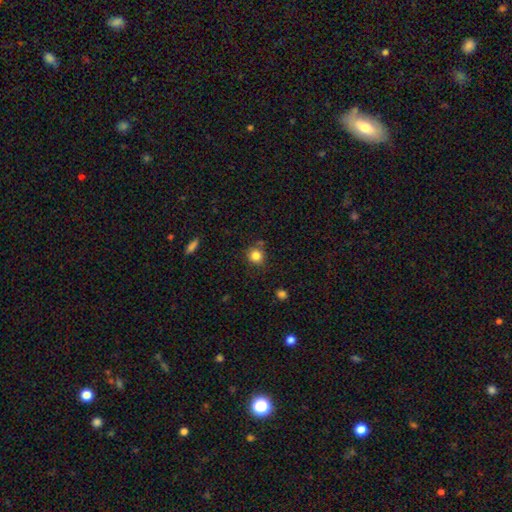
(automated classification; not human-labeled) Smooth or featured?
  - smooth: 83% *
  - star or artifact: 12%
  - featured or disk: 6%
How rounded?
  - round: 88% *
  - in between: 11%
  - cigar-shaped: 1%
Merging?
  - none: 78% *
  - minor disturbance: 12%
  - merger: 6%
  - major disturbance: 3%